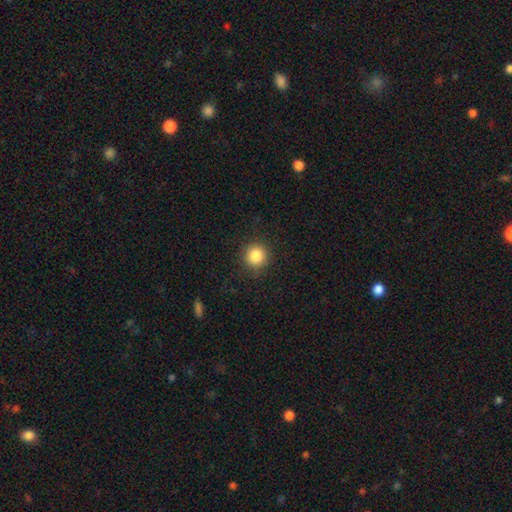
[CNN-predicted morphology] This appears to be a smooth galaxy with no disk features (85%) that is round (93%). Merging: none (89%).